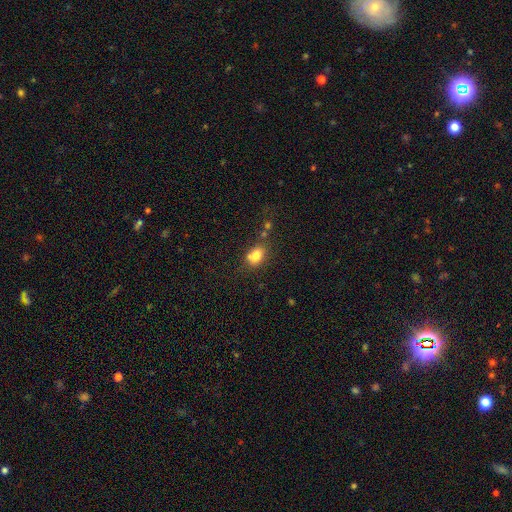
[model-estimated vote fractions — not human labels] Overall: smooth (79%). How rounded: in between (69%; round 29%). Merging: none (55%; merger 21%).